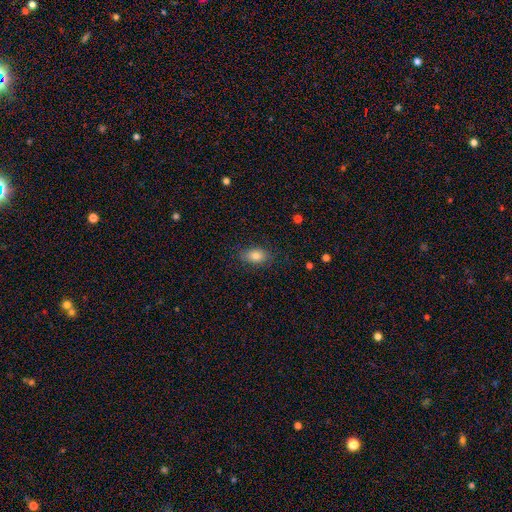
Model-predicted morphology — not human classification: Q: Smooth or featured?
A: smooth (81%); runner-up: featured or disk (11%)
Q: How rounded?
A: in between (87%); runner-up: round (11%)
Q: Merging?
A: none (82%); runner-up: minor disturbance (13%)